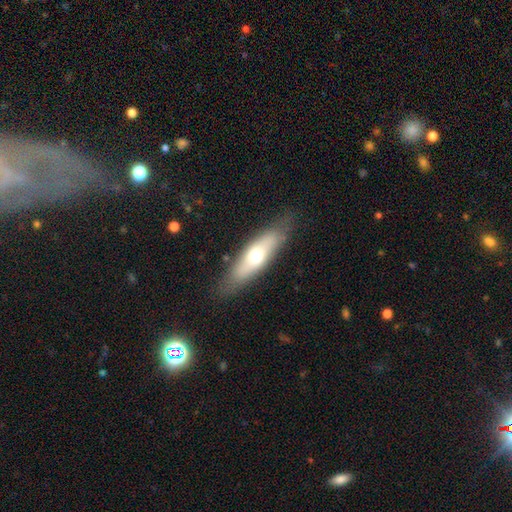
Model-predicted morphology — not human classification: Smooth or featured? Predicted: smooth (p=0.57). How rounded? Predicted: cigar-shaped (p=0.49). Merging? Predicted: none (p=0.79).